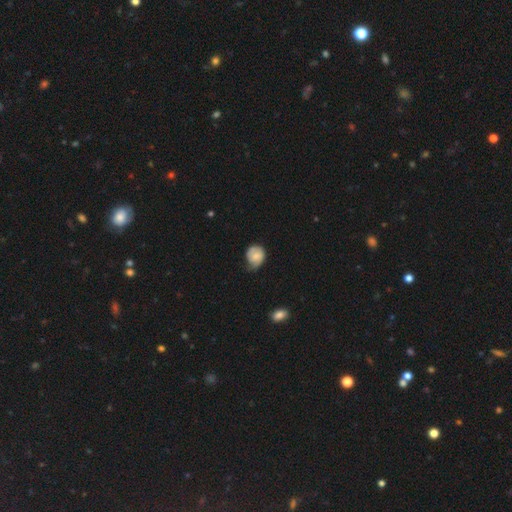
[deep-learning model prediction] A smooth galaxy with no disk features (57%) that is round (58%). Merging: none (45%).